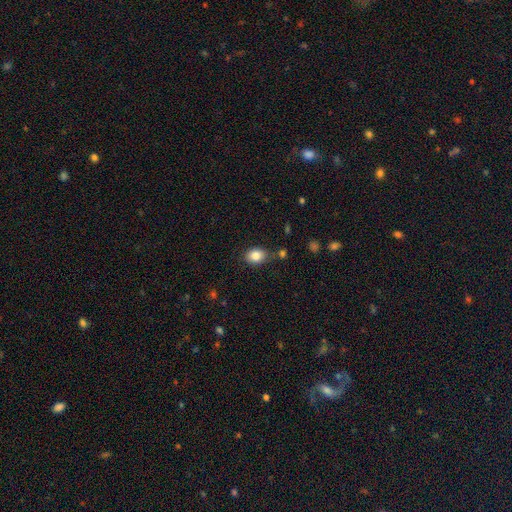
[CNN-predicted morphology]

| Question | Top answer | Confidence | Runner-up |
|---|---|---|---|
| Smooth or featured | smooth | 84% | star or artifact (9%) |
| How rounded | in between | 69% | round (30%) |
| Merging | none | 74% | minor disturbance (17%) |